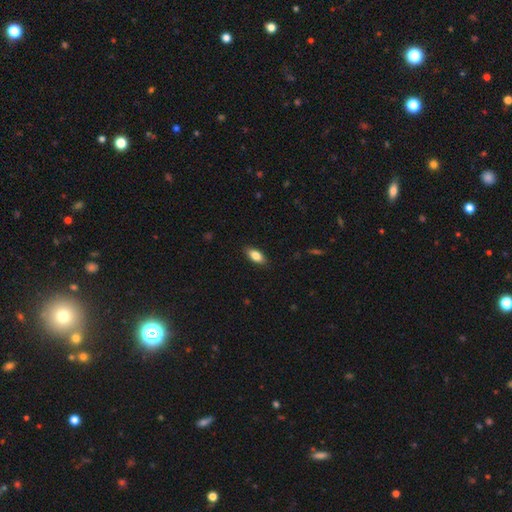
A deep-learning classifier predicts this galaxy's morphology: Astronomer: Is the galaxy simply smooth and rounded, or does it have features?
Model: smooth — 83%.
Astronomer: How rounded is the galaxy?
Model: in between — 88%.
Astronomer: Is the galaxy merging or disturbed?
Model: none — 87%.